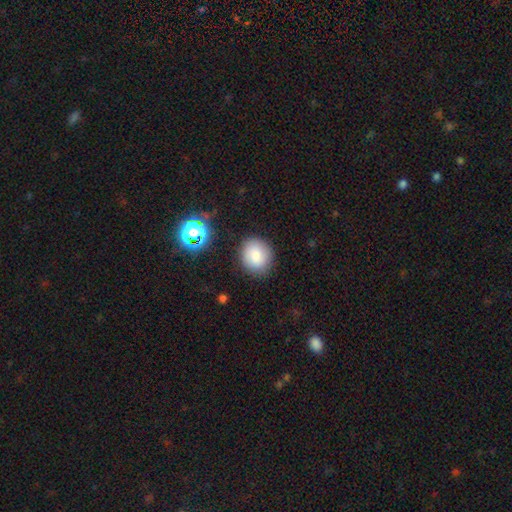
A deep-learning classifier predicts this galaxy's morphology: This appears to be a smooth galaxy with no disk features (81%) that is round (70%). Merging: none (85%).